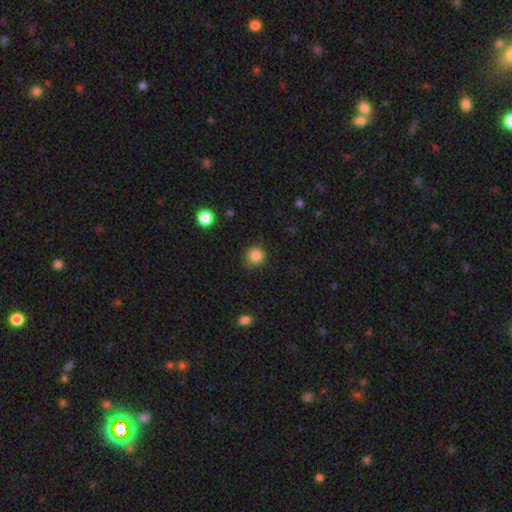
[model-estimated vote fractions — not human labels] Morphology: type=smooth (85%); roundness=round (91%); merging=none (84%).